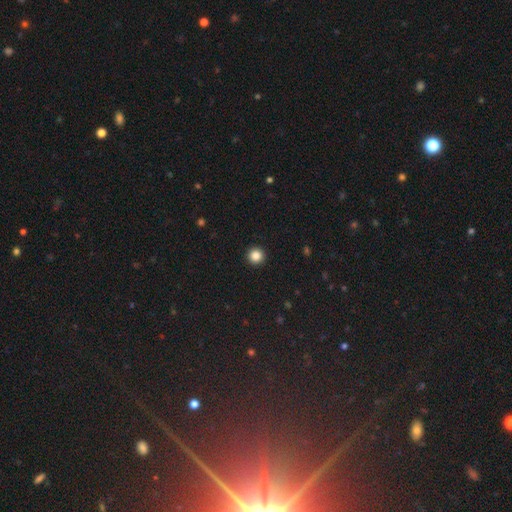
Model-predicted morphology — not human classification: A smooth galaxy with no disk features (86%) that is round (95%). Merging: none (94%).